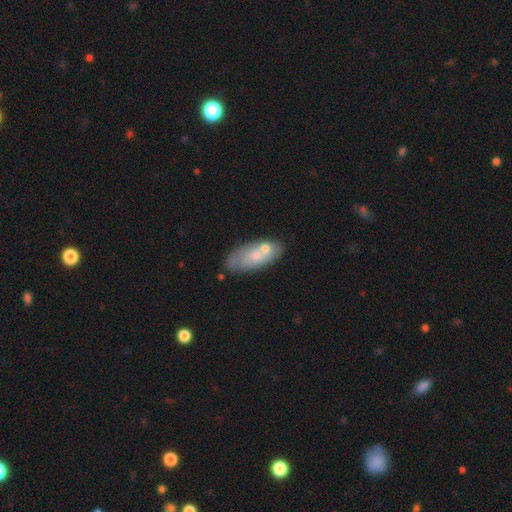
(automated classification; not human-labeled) smooth_or_featured: smooth (p=0.59) [alt: featured or disk p=0.34]
how_rounded: in between (p=0.84) [alt: cigar-shaped p=0.13]
merging: none (p=0.52) [alt: minor disturbance p=0.22]